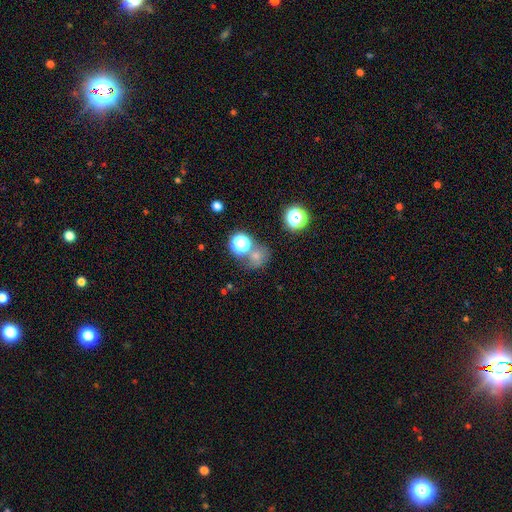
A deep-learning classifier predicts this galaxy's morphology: The model was most divided on "merging": none: 56%, merger: 24%, minor disturbance: 13%, major disturbance: 7%. More confident: how rounded — round (78%); smooth or featured — smooth (61%).